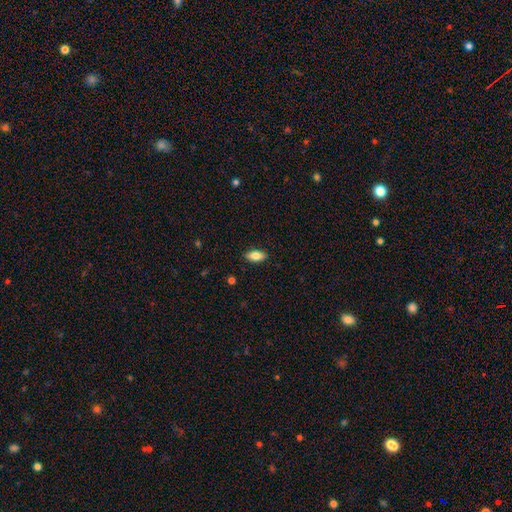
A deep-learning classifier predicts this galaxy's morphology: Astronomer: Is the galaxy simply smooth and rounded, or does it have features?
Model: smooth — 81%.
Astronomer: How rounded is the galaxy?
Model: in between — 88%.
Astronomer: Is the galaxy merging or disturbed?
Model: none — 88%.